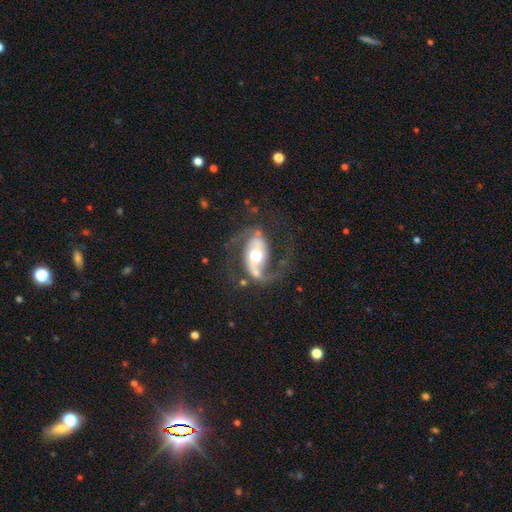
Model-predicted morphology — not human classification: This is clearly a featured or disk galaxy (87%). It is clearly not viewed edge-on (97%). Bar: marginally no (37%). Spiral arm pattern: clearly yes (95%). Spiral arm count: clearly 2 (89%). Spiral winding: possibly medium (46%). Central bulge: likely moderate (67%). Merging: likely none (65%).